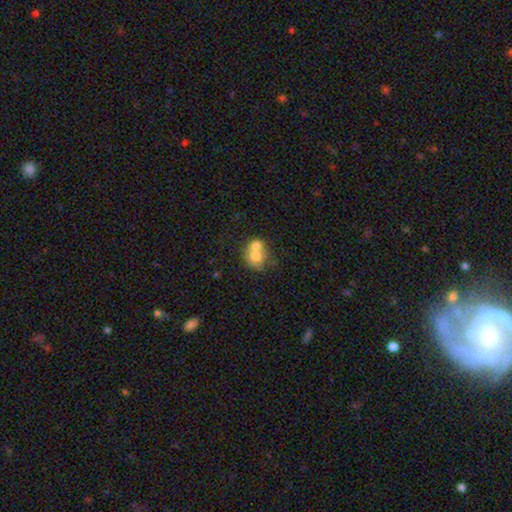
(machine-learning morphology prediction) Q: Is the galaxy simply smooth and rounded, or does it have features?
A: smooth — 67%.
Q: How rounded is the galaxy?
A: round — 66%.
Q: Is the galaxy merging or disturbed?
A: merger — 62%.